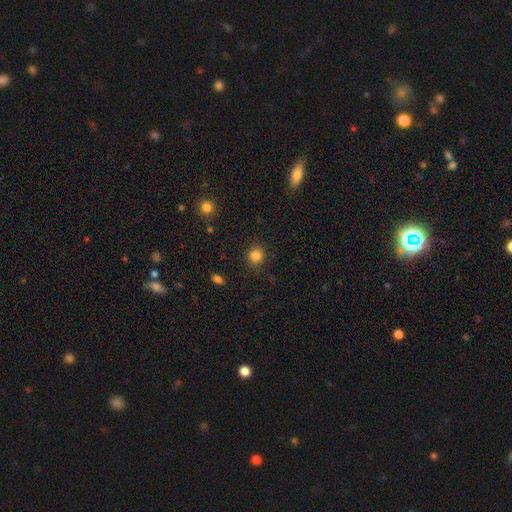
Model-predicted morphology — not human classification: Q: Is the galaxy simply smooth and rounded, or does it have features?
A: smooth — 84%.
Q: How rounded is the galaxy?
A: round — 89%.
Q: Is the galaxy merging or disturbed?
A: none — 89%.